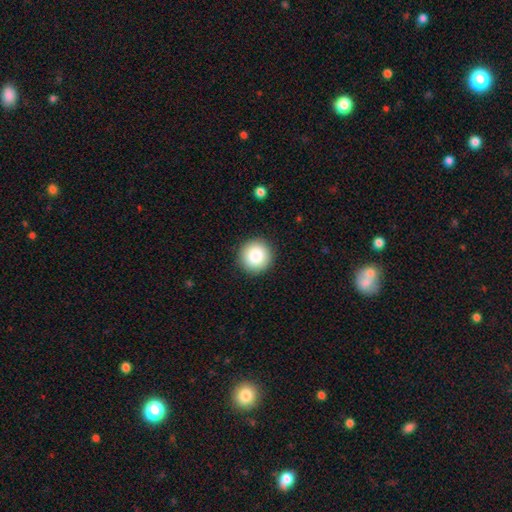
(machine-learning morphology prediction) The model was most divided on "smooth or featured": smooth: 86%, star or artifact: 8%, featured or disk: 6%. More confident: how rounded — round (95%); merging — none (92%).